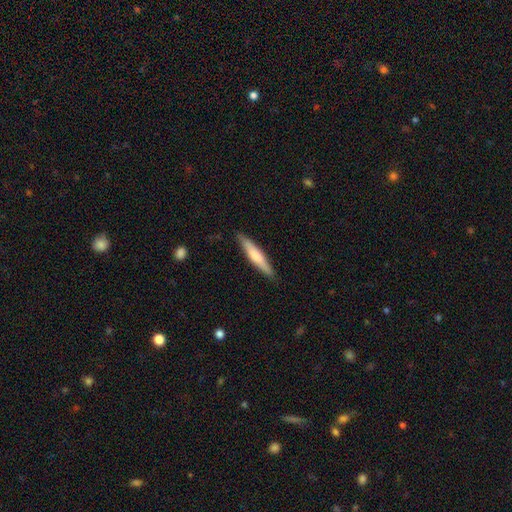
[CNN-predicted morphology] Smooth or featured? Predicted: smooth (p=0.57). How rounded? Predicted: cigar-shaped (p=0.89). Merging? Predicted: none (p=0.88).